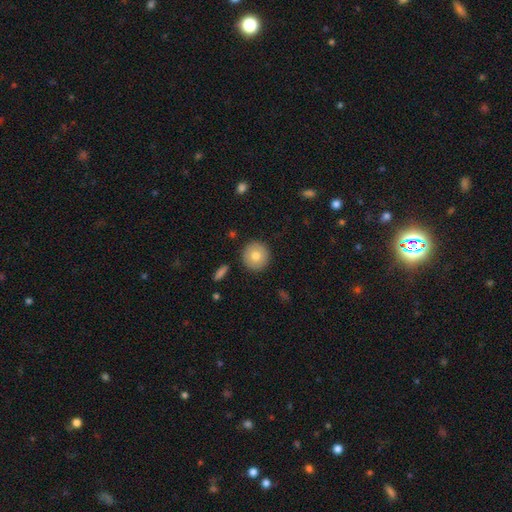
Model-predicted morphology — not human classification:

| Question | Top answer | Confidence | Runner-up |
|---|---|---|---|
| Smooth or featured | smooth | 77% | featured or disk (15%) |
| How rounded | round | 94% | in between (5%) |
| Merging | none | 90% | minor disturbance (6%) |